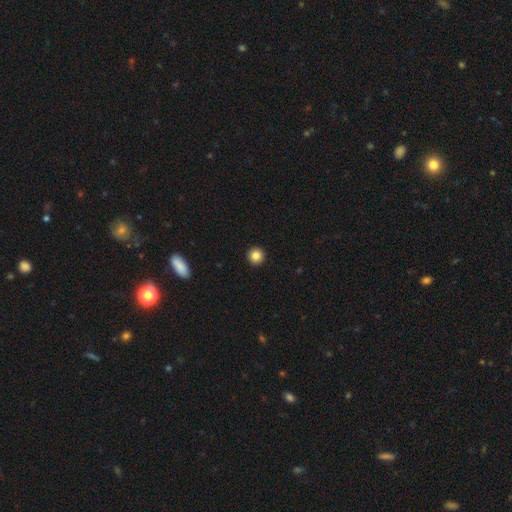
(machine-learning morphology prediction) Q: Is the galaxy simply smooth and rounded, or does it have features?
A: smooth — 86%.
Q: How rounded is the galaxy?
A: round — 96%.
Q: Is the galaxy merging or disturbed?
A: none — 94%.